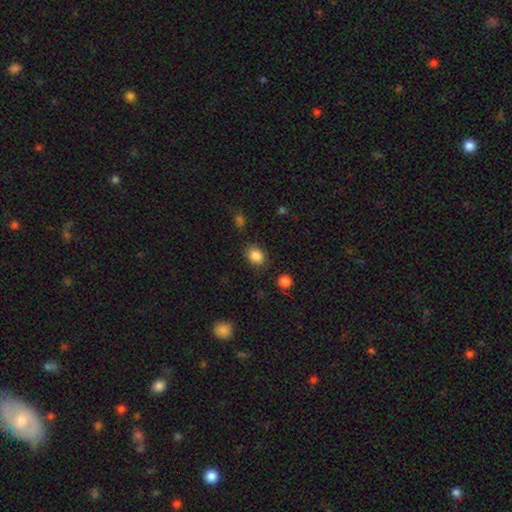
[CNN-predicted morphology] smooth-or-featured: smooth: 86% | star or artifact: 10% | featured or disk: 5%
  how-rounded: round: 53% | in between: 46% | cigar-shaped: 1%
  merging: none: 84% | minor disturbance: 11% | major disturbance: 3% | merger: 2%